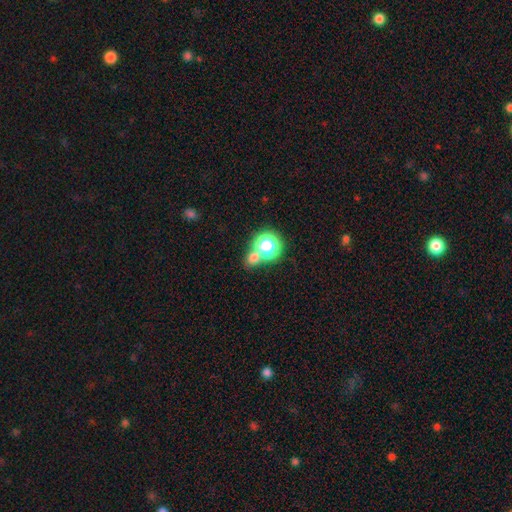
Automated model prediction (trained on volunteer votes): Smooth or featured?
  - smooth: 55% *
  - star or artifact: 37%
  - featured or disk: 8%
How rounded?
  - round: 81% *
  - in between: 17%
  - cigar-shaped: 2%
Merging?
  - none: 61% *
  - merger: 26%
  - minor disturbance: 8%
  - major disturbance: 5%